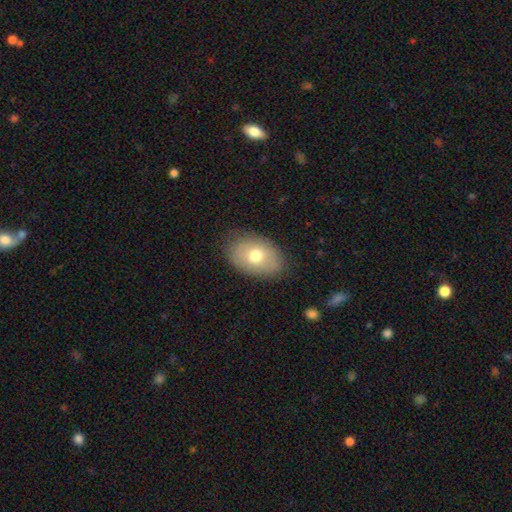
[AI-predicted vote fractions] Smooth or featured: smooth — 70% (featured or disk — 22%)
How rounded: in between — 86% (round — 13%)
Merging: none — 81% (minor disturbance — 14%)